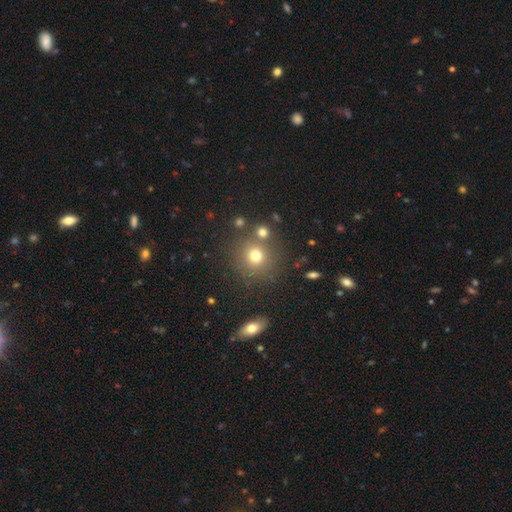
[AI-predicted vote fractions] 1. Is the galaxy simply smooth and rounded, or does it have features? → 73% smooth, 17% star or artifact, 9% featured or disk.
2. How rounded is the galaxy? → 90% round, 9% in between, 1% cigar-shaped.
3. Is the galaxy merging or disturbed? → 77% none, 10% merger, 9% minor disturbance, 4% major disturbance.